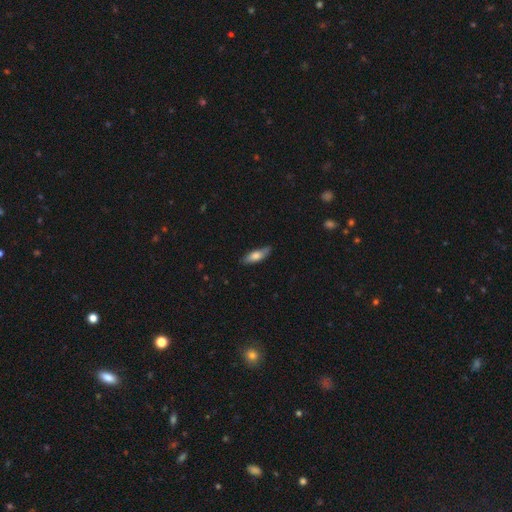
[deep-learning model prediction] smooth_or_featured: smooth (p=0.71) [alt: featured or disk p=0.24]
how_rounded: in between (p=0.57) [alt: cigar-shaped p=0.40]
merging: none (p=0.79) [alt: minor disturbance p=0.17]